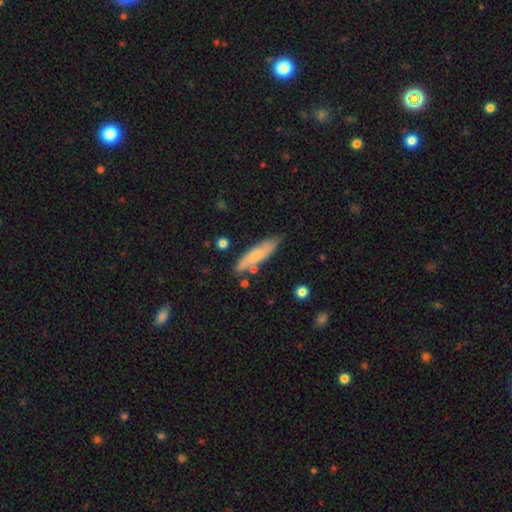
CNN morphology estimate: Smooth or featured? Predicted: smooth (p=0.68). How rounded? Predicted: cigar-shaped (p=0.70). Merging? Predicted: none (p=0.77).